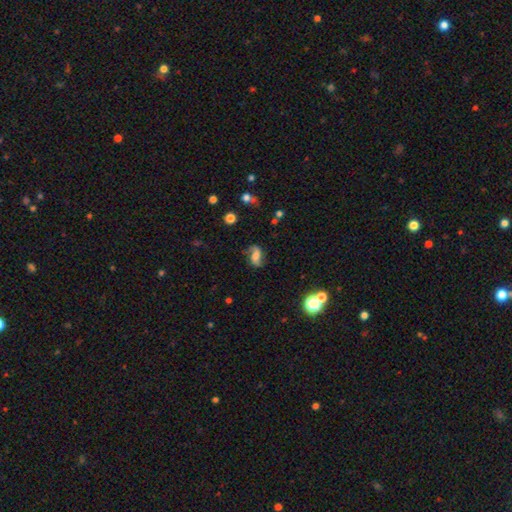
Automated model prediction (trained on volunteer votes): Q: Smooth or featured?
A: featured or disk (69%); runner-up: smooth (22%)
Q: Edge-on disk?
A: no (96%); runner-up: yes (4%)
Q: Bar?
A: weak (40%); runner-up: no (37%)
Q: Spiral arms?
A: yes (93%); runner-up: no (7%)
Q: Spiral winding?
A: loose (60%); runner-up: medium (30%)
Q: Spiral arm count?
A: 2 (89%); runner-up: 1 (5%)
Q: Bulge size?
A: moderate (40%); runner-up: small (28%)
Q: Merging?
A: none (72%); runner-up: minor disturbance (17%)